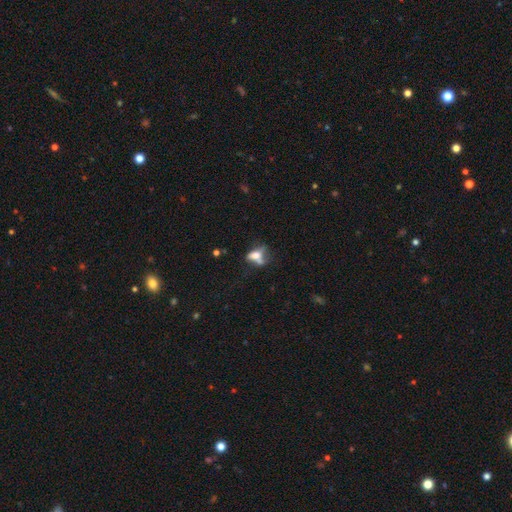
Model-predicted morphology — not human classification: smooth 53%, featured or disk 34%, star or artifact 13%. Down the decision tree: how rounded — in between (72%); merging — merger (31%).